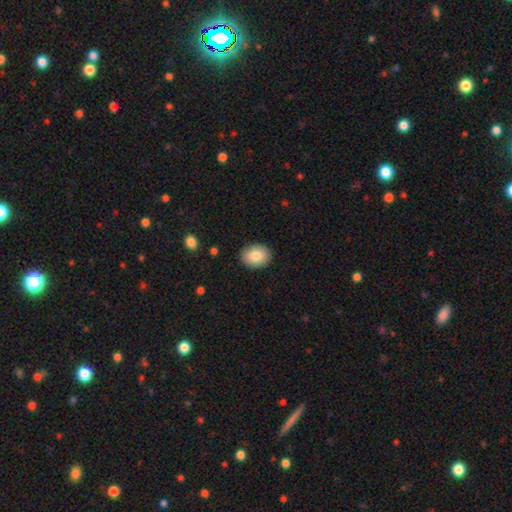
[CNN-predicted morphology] Smooth or featured? Predicted: smooth (p=0.83). How rounded? Predicted: in between (p=0.61). Merging? Predicted: none (p=0.89).